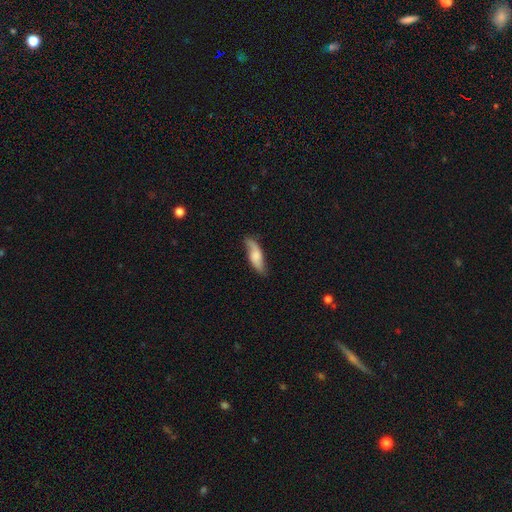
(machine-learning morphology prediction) This appears to be a smooth galaxy with no disk features (54%) that is in between round and cigar-shaped (53%). Merging: none (72%).